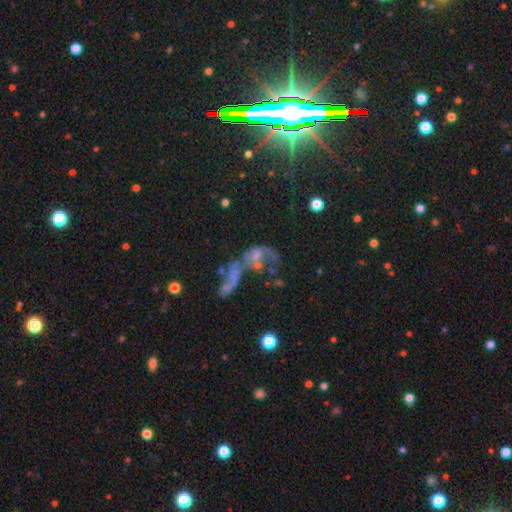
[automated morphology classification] Smooth or featured? featured or disk (46%)
Merging? merger (47%)